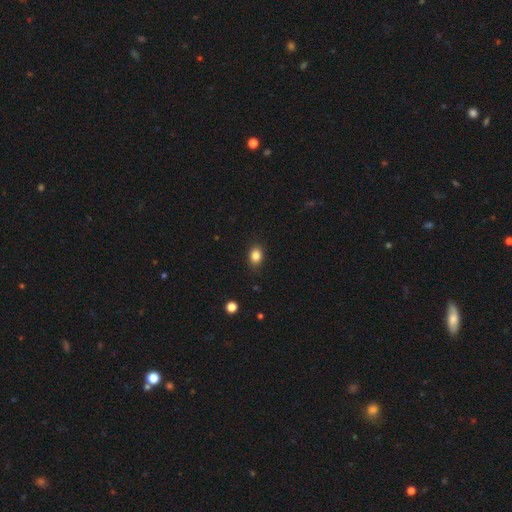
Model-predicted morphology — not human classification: This is clearly a smooth galaxy (85%). How rounded: likely in between (65%). Merging: clearly none (86%).